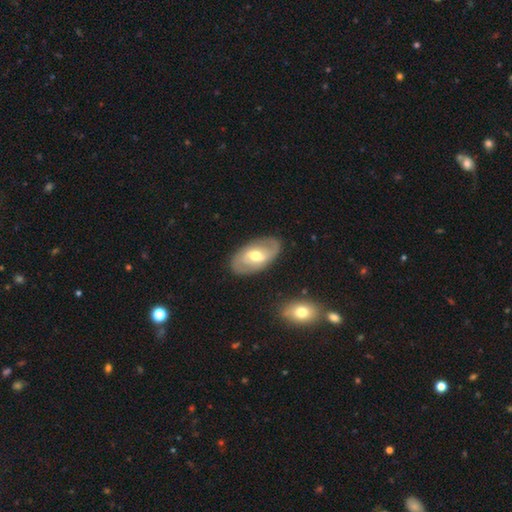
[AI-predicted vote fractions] Morphology: type=featured or disk (64%); edge-on=no (92%); bar=weak (48%); spiral arms=yes (64%); bulge=moderate (70%); merging=none (82%).